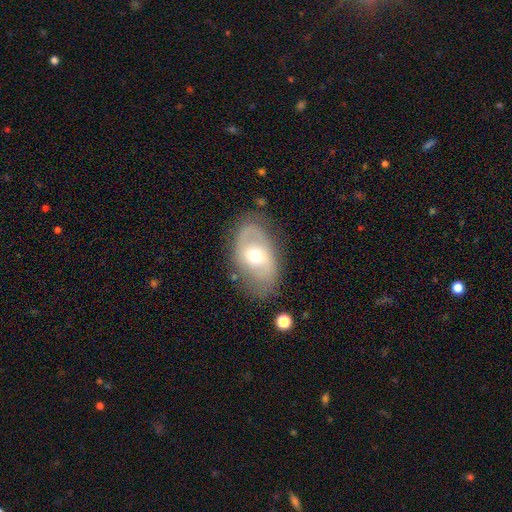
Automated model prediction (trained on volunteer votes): A featured or disk galaxy (61%) with no bar (55%), spiral arms (61%) and a moderate central bulge (63%).

Vote fractions:
- Smooth or featured? featured or disk: 61% / smooth: 31% / star or artifact: 8%
- Edge-on disk? no: 93% / yes: 7%
- Bar? no: 55% / weak: 32% / strong: 12%
- Spiral arms? yes: 61% / no: 39%
- Bulge size? moderate: 63% / small: 30% / large: 5% / dominant: 1% / none: 1%
- Merging? none: 71% / minor disturbance: 19% / major disturbance: 8% / merger: 2%